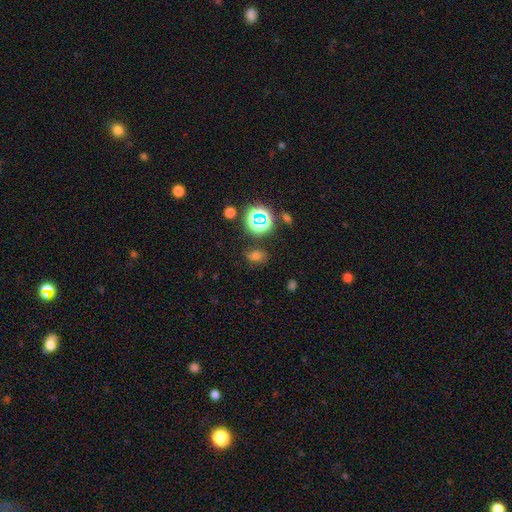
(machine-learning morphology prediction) Smooth or featured?
  - smooth: 62% *
  - star or artifact: 29%
  - featured or disk: 9%
How rounded?
  - in between: 63% *
  - round: 35%
  - cigar-shaped: 2%
Merging?
  - none: 76% *
  - minor disturbance: 15%
  - major disturbance: 5%
  - merger: 4%